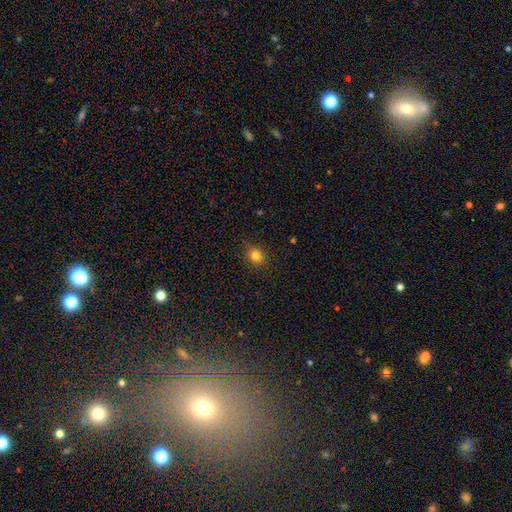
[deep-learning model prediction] Overall: smooth (81%). How rounded: round (71%). Merging: none (85%).